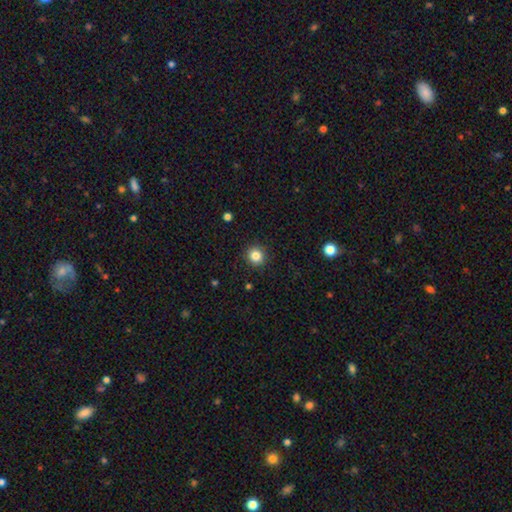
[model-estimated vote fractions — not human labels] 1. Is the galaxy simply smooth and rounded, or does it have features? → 84% smooth, 11% star or artifact, 5% featured or disk.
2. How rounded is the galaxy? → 92% round, 8% in between, 1% cigar-shaped.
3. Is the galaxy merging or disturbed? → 91% none, 6% minor disturbance, 2% major disturbance, 1% merger.